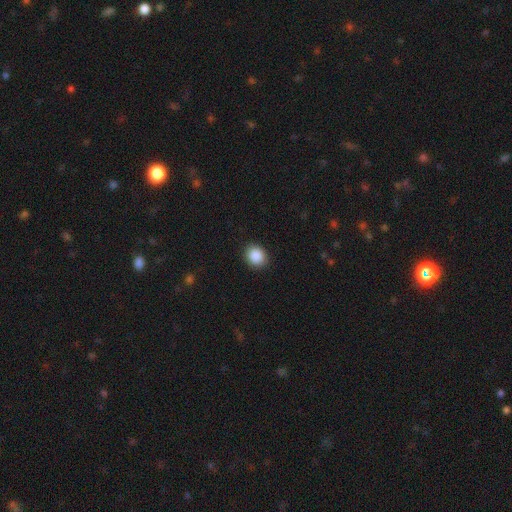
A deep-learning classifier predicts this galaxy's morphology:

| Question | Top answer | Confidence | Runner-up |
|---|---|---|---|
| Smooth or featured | smooth | 89% | star or artifact (8%) |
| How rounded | round | 70% | in between (29%) |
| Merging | none | 91% | minor disturbance (6%) |